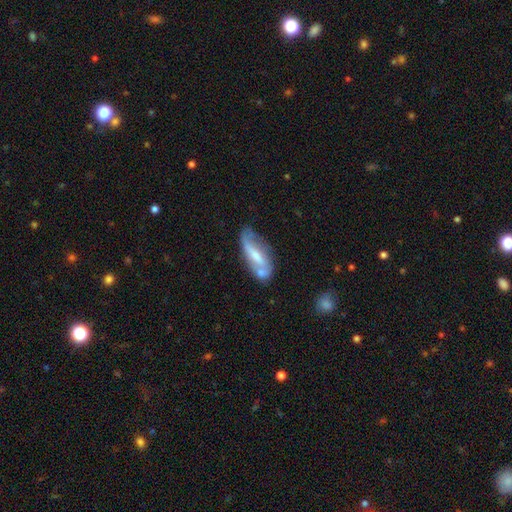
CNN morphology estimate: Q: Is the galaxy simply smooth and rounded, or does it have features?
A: featured or disk — 49%.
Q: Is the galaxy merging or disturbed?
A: none — 41%.